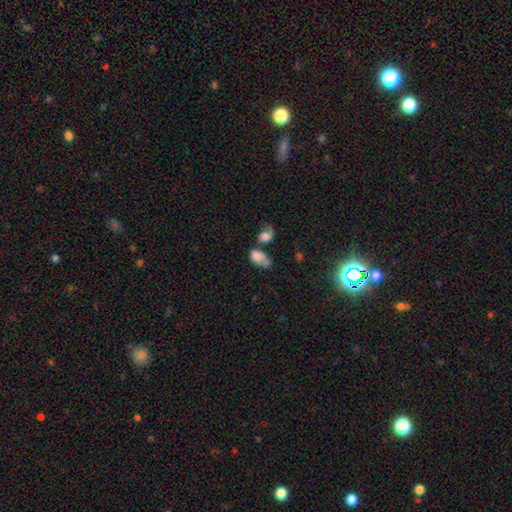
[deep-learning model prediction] This is likely a smooth galaxy (73%). How rounded: clearly in between (84%). Merging: marginally merger (38%).